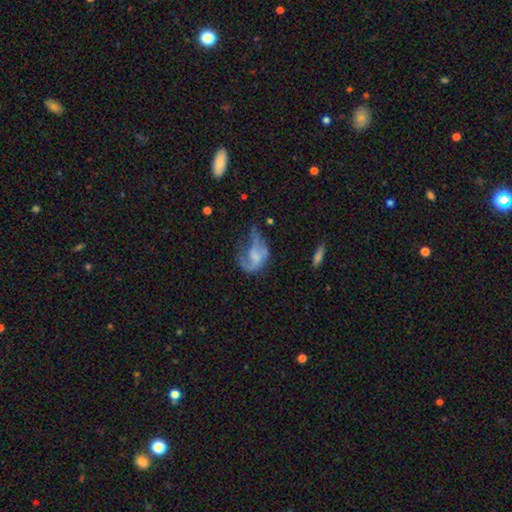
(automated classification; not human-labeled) smooth_or_featured: featured or disk (p=0.53) [alt: smooth p=0.36]
disk_edge_on: no (p=0.97) [alt: yes p=0.03]
bar: no (p=0.71) [alt: weak p=0.23]
has_spiral_arms: yes (p=0.51) [alt: no p=0.49]
bulge_size: none (p=0.53) [alt: small p=0.23]
merging: major disturbance (p=0.52) [alt: minor disturbance p=0.21]